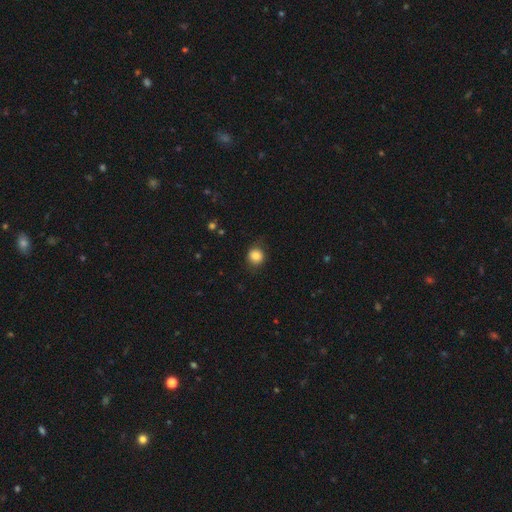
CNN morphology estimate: Smooth or featured?
  - smooth: 84% *
  - star or artifact: 11%
  - featured or disk: 6%
How rounded?
  - round: 88% *
  - in between: 11%
  - cigar-shaped: 1%
Merging?
  - none: 82% *
  - minor disturbance: 13%
  - major disturbance: 4%
  - merger: 1%